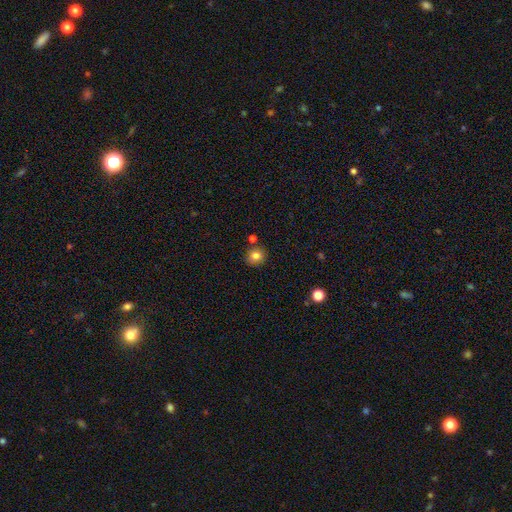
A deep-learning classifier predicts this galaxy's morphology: smooth_or_featured: smooth (p=0.81) [alt: star or artifact p=0.11]
how_rounded: round (p=0.86) [alt: in between p=0.13]
merging: none (p=0.81) [alt: minor disturbance p=0.10]